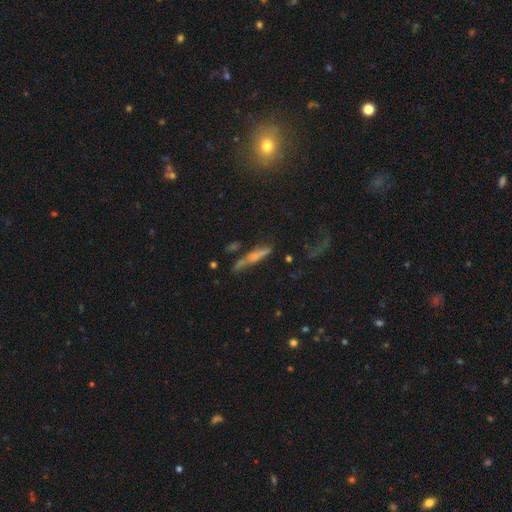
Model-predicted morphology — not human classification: Smooth or featured: featured or disk — 44% (smooth — 43%)
Merging: none — 56% (minor disturbance — 19%)